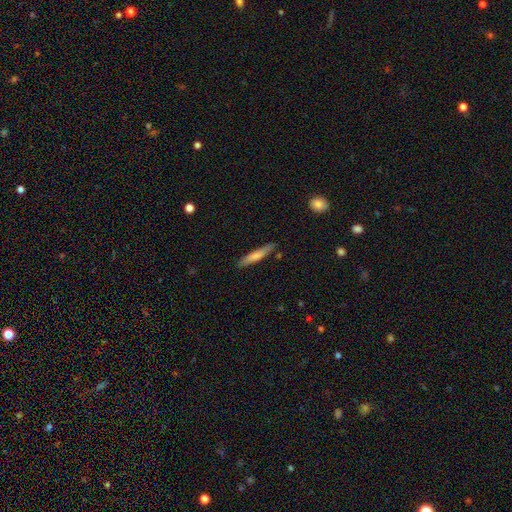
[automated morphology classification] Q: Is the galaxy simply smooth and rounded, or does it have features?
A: smooth — 69%.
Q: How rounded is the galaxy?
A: cigar-shaped — 91%.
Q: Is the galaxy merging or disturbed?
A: none — 84%.